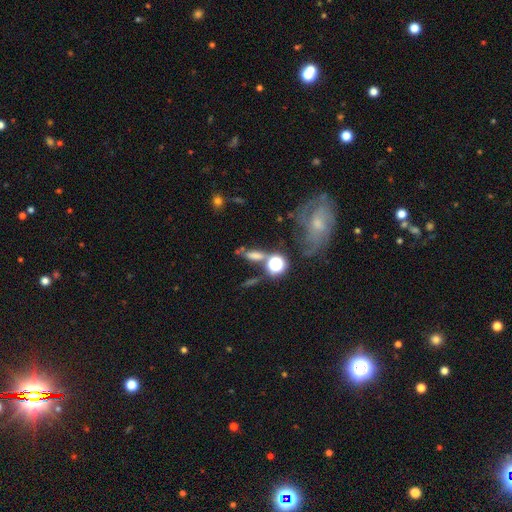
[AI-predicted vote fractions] This appears to be a smooth galaxy with no disk features (52%) that is in between round and cigar-shaped (40%). Merging: none (60%).